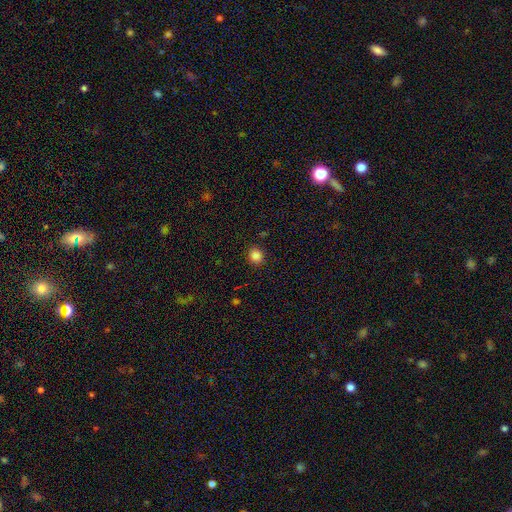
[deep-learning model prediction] The model was most divided on "how rounded": round: 81%, in between: 18%, cigar-shaped: 1%. More confident: merging — none (89%); smooth or featured — smooth (85%).